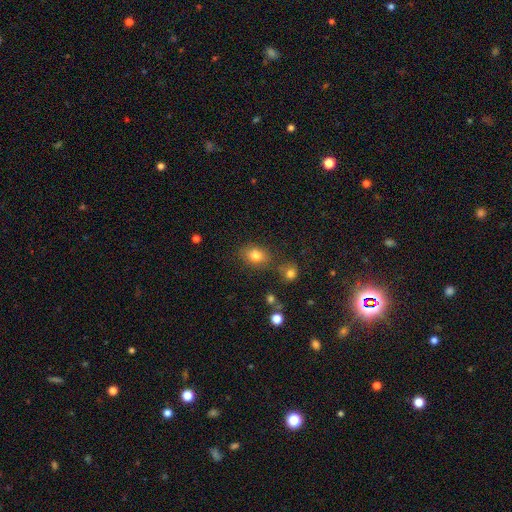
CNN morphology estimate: Smooth or featured?
  - smooth: 80% *
  - star or artifact: 12%
  - featured or disk: 9%
How rounded?
  - in between: 63% *
  - round: 36%
  - cigar-shaped: 1%
Merging?
  - none: 74% *
  - minor disturbance: 14%
  - merger: 7%
  - major disturbance: 4%